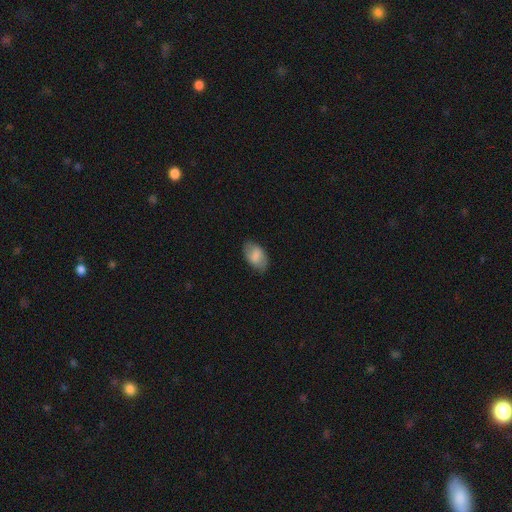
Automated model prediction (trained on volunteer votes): smooth-or-featured: smooth: 73% | featured or disk: 20% | star or artifact: 7%
  how-rounded: in between: 93% | round: 6% | cigar-shaped: 2%
  merging: none: 79% | minor disturbance: 16% | major disturbance: 4% | merger: 1%